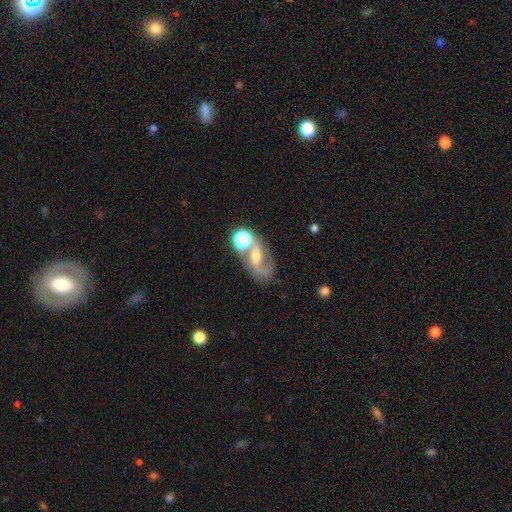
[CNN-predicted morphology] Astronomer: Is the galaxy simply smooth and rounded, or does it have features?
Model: featured or disk — 73%.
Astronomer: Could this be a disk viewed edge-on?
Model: no — 96%.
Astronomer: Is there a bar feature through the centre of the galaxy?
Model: weak — 40% (runner-up: no, 31%).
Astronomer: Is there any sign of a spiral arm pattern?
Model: yes — 89%.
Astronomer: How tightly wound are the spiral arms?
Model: medium — 45% (runner-up: loose, 41%).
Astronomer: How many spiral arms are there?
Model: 2 — 81%.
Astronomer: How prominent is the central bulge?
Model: moderate — 57%.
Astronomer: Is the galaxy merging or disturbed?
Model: none — 53%.